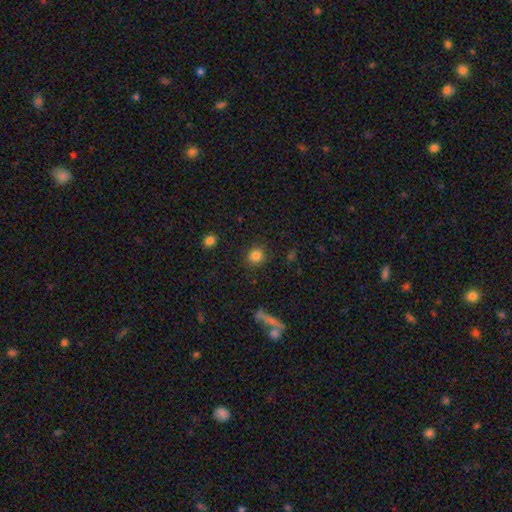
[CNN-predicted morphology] A smooth galaxy with no disk features (84%) that is round (87%).

Vote fractions:
- Smooth or featured? smooth: 84% / star or artifact: 11% / featured or disk: 5%
- How rounded? round: 87% / in between: 12% / cigar-shaped: 1%
- Merging? none: 88% / minor disturbance: 7% / major disturbance: 3% / merger: 2%